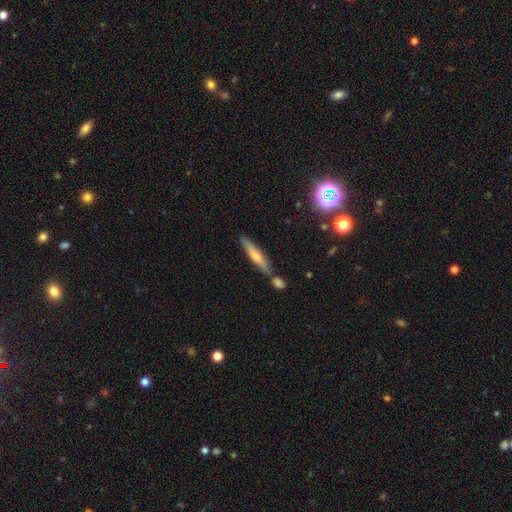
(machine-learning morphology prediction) This is possibly a featured or disk galaxy (49%). Merging: likely none (79%).